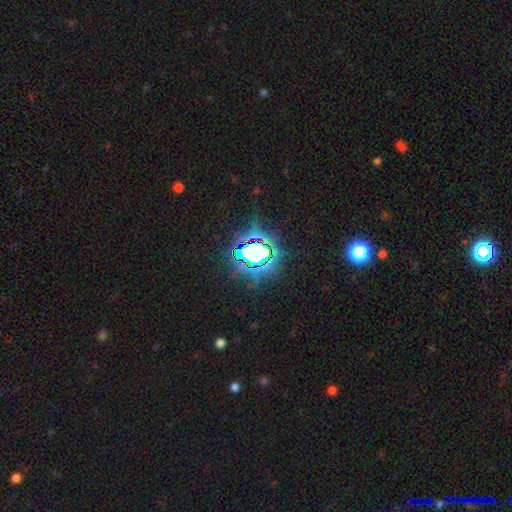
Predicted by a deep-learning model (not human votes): Morphology: type=star or artifact (75%).